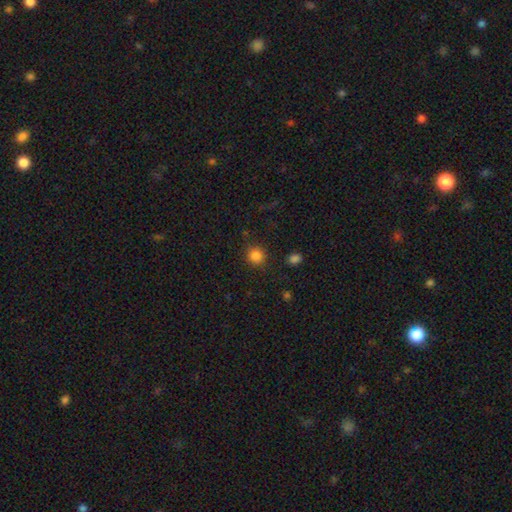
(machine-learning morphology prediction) This appears to be a smooth galaxy with no disk features (84%) that is round (91%). Merging: none (87%).